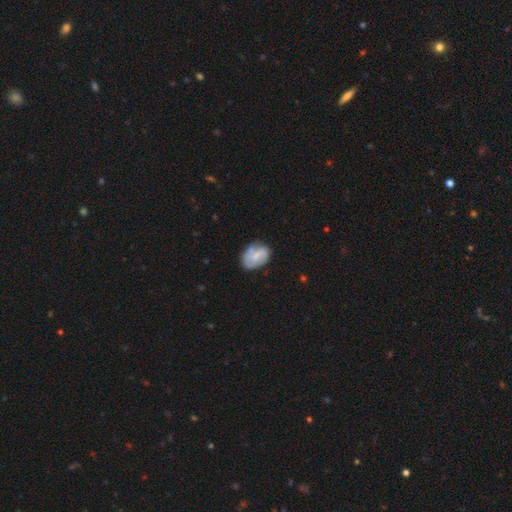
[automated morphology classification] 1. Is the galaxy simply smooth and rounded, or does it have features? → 52% smooth, 41% featured or disk, 7% star or artifact.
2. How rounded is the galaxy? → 81% in between, 17% round, 1% cigar-shaped.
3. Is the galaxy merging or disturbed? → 57% none, 27% minor disturbance, 9% major disturbance, 7% merger.